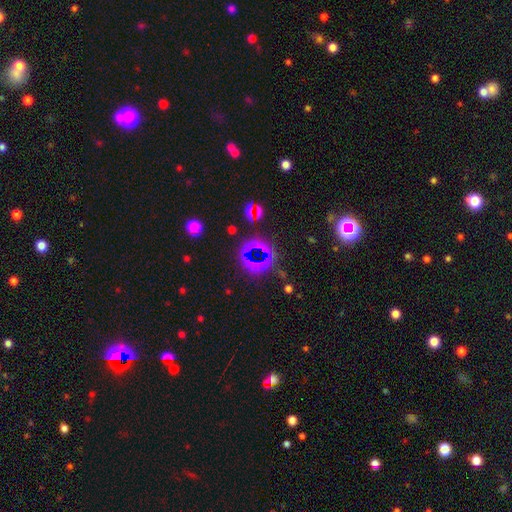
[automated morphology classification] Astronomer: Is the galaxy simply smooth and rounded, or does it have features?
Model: star or artifact — 68%.